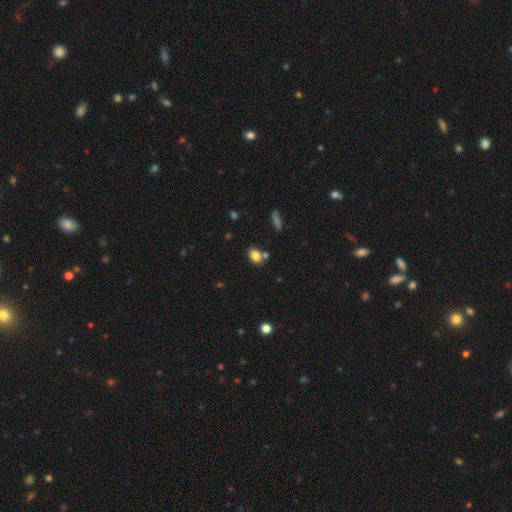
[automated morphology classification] A smooth galaxy with no disk features (81%) that is in between round and cigar-shaped (72%).

Vote fractions:
- Smooth or featured? smooth: 81% / star or artifact: 11% / featured or disk: 8%
- How rounded? in between: 72% / round: 26% / cigar-shaped: 2%
- Merging? none: 67% / merger: 16% / minor disturbance: 13% / major disturbance: 4%